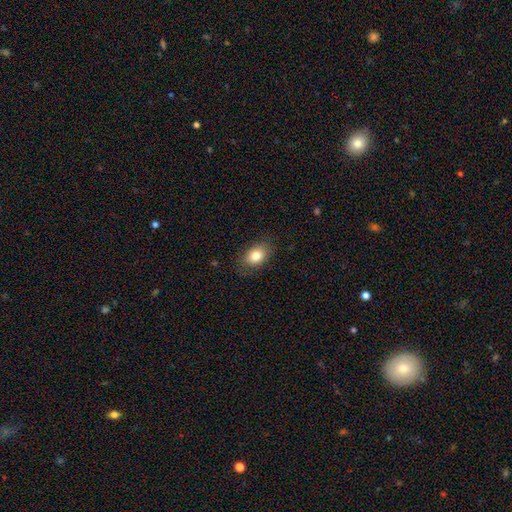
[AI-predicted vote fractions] Overall: smooth (83%). How rounded: in between (83%). Merging: none (81%).